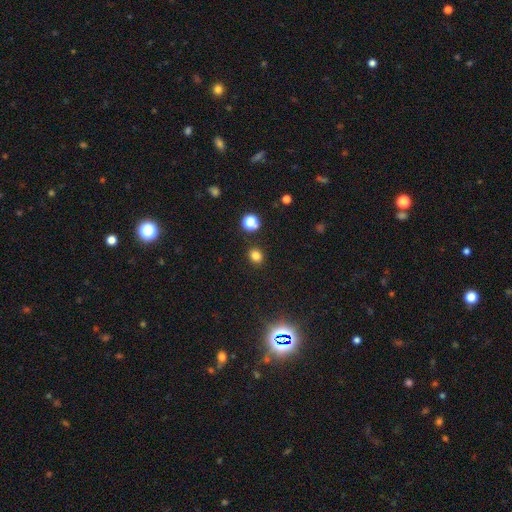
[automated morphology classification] smooth-or-featured: smooth: 80% | star or artifact: 15% | featured or disk: 5%
  how-rounded: round: 69% | in between: 30% | cigar-shaped: 1%
  merging: none: 88% | minor disturbance: 7% | merger: 3% | major disturbance: 2%